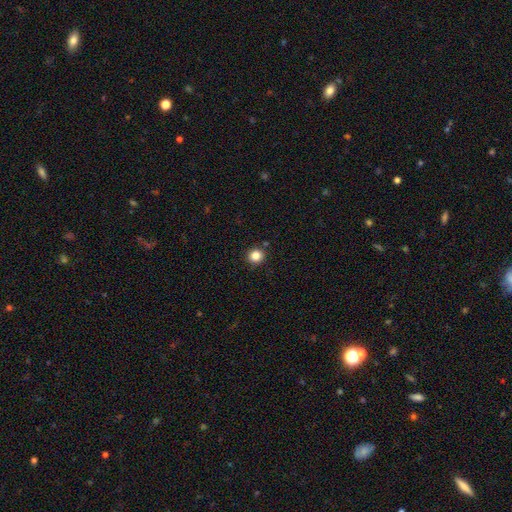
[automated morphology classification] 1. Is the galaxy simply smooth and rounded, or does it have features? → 84% smooth, 12% star or artifact, 4% featured or disk.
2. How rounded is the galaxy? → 93% round, 6% in between, 1% cigar-shaped.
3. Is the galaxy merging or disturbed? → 90% none, 6% minor disturbance, 2% merger, 2% major disturbance.